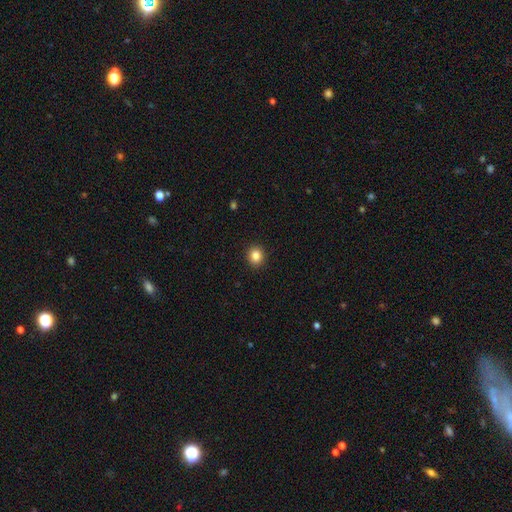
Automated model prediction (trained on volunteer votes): Q: Smooth or featured?
A: smooth (84%); runner-up: star or artifact (11%)
Q: How rounded?
A: round (83%); runner-up: in between (16%)
Q: Merging?
A: none (93%); runner-up: minor disturbance (5%)